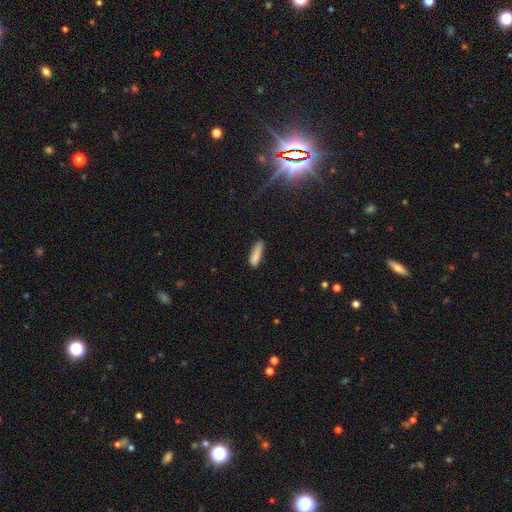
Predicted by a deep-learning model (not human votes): smooth 84%, featured or disk 8%, star or artifact 8%. Down the decision tree: how rounded — cigar-shaped (69%); merging — none (66%).